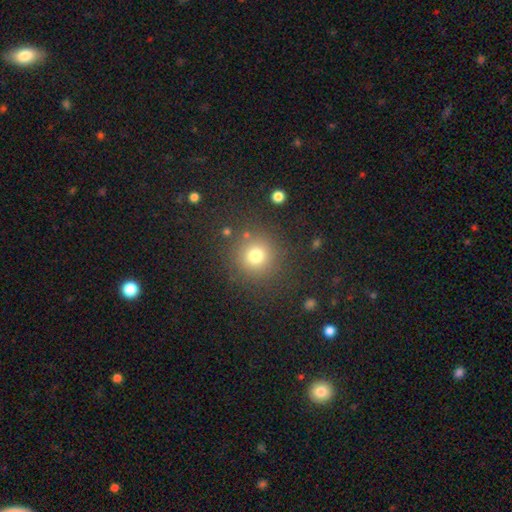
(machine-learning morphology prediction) Smooth or featured? smooth (76%)
How rounded? round (93%)
Merging? none (86%)